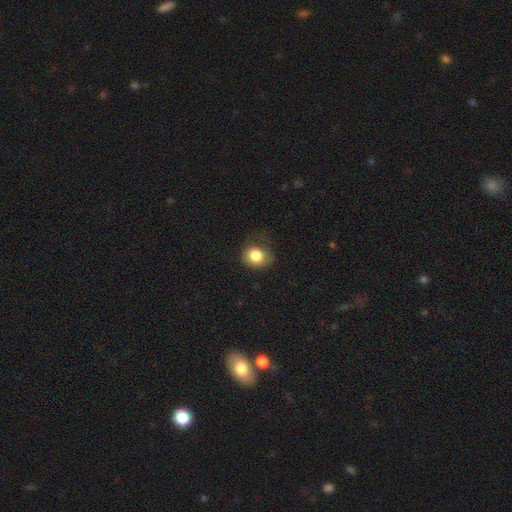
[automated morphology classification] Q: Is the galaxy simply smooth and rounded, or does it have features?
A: smooth — 83%.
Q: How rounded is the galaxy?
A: round — 73%.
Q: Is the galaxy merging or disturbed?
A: none — 66%.